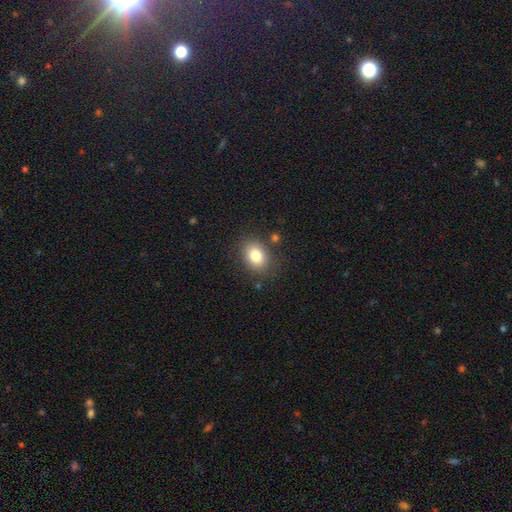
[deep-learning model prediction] Q: Smooth or featured?
A: smooth (81%); runner-up: star or artifact (10%)
Q: How rounded?
A: in between (66%); runner-up: round (33%)
Q: Merging?
A: none (81%); runner-up: minor disturbance (12%)